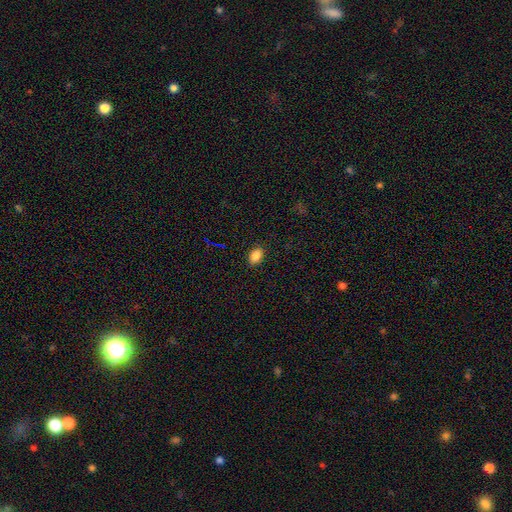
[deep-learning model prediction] smooth_or_featured: smooth (p=0.87) [alt: star or artifact p=0.10]
how_rounded: in between (p=0.86) [alt: round p=0.13]
merging: none (p=0.88) [alt: minor disturbance p=0.09]